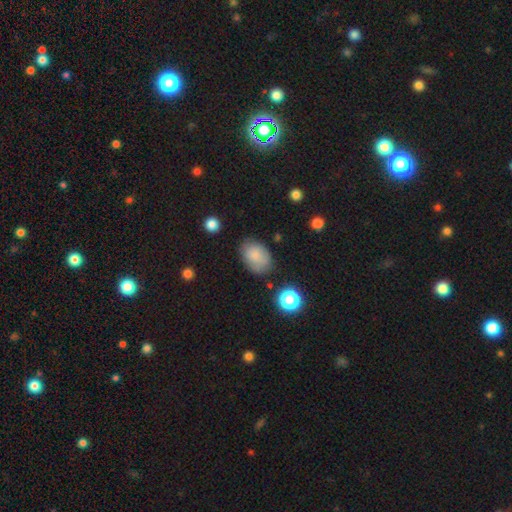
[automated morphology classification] Smooth or featured?
  - smooth: 79% *
  - featured or disk: 12%
  - star or artifact: 9%
How rounded?
  - in between: 79% *
  - round: 20%
  - cigar-shaped: 1%
Merging?
  - none: 69% *
  - minor disturbance: 22%
  - major disturbance: 6%
  - merger: 3%